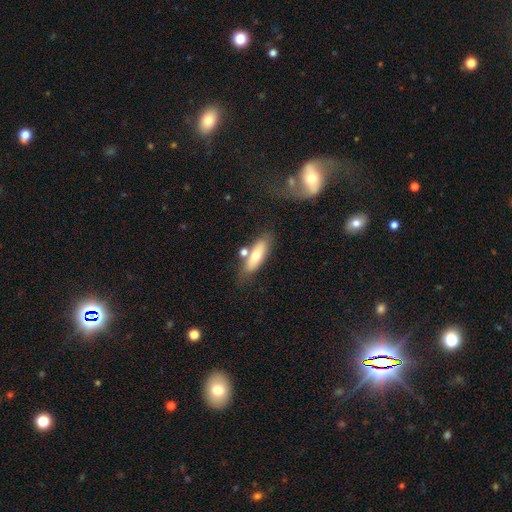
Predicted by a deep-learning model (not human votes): This is likely a smooth galaxy (67%). How rounded: possibly in between (60%). Merging: likely none (64%).